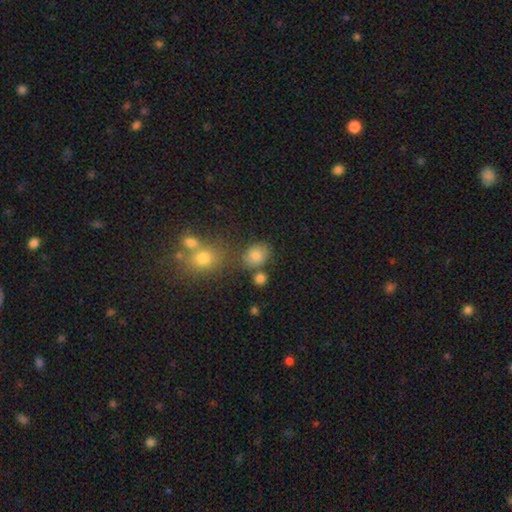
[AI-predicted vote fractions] This is likely a smooth galaxy (78%). How rounded: possibly round (50%). Merging: likely none (67%).